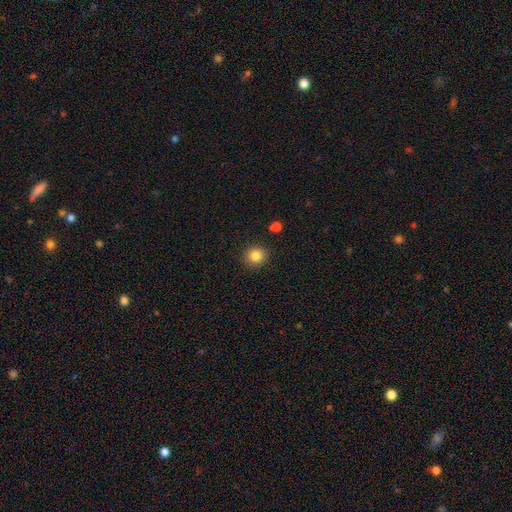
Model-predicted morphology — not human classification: Q: Smooth or featured?
A: smooth (84%); runner-up: star or artifact (11%)
Q: How rounded?
A: round (90%); runner-up: in between (9%)
Q: Merging?
A: none (89%); runner-up: minor disturbance (7%)